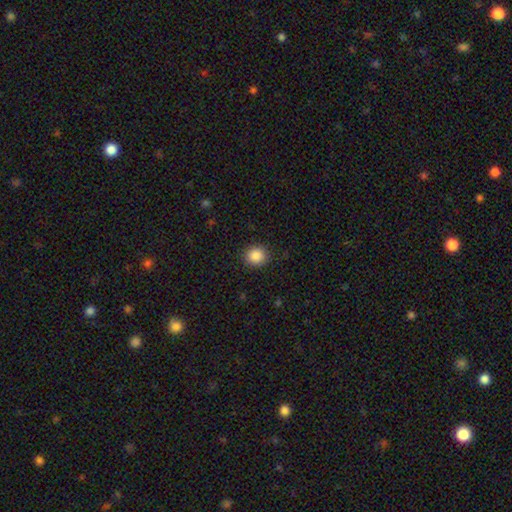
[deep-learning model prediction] A smooth galaxy with no disk features (87%) that is round (85%).

Vote fractions:
- Smooth or featured? smooth: 87% / star or artifact: 9% / featured or disk: 4%
- How rounded? round: 85% / in between: 14% / cigar-shaped: 1%
- Merging? none: 90% / minor disturbance: 7% / major disturbance: 2% / merger: 1%